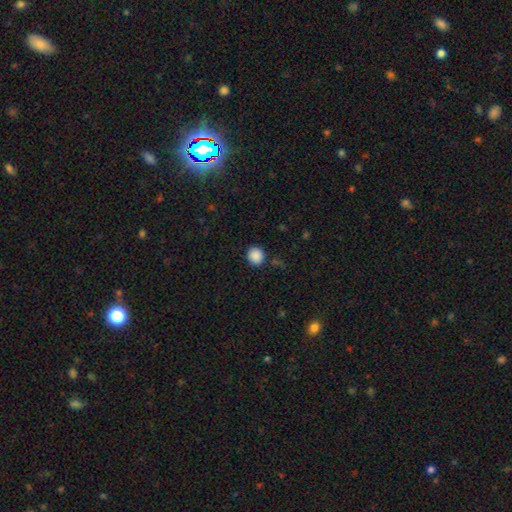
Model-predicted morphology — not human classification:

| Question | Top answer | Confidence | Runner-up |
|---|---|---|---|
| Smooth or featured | smooth | 88% | star or artifact (9%) |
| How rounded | round | 89% | in between (10%) |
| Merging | none | 88% | minor disturbance (8%) |